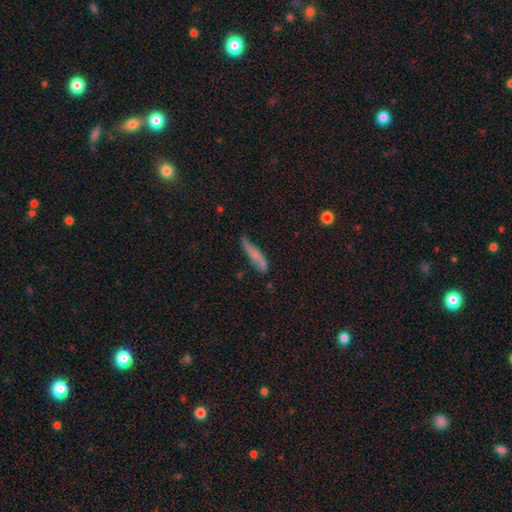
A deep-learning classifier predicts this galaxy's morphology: Smooth or featured?
  - smooth: 49% *
  - featured or disk: 43%
  - star or artifact: 8%
Merging?
  - none: 58% *
  - minor disturbance: 28%
  - major disturbance: 10%
  - merger: 5%